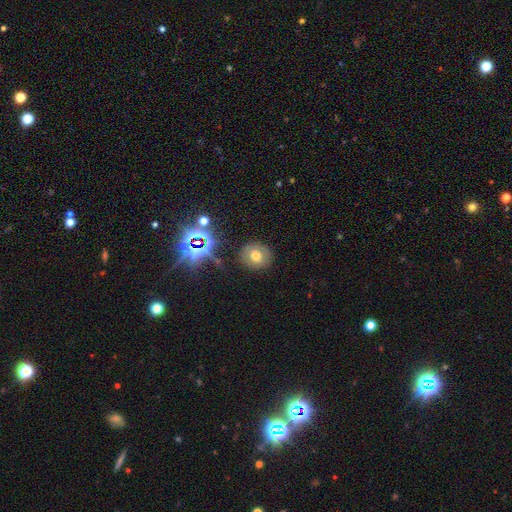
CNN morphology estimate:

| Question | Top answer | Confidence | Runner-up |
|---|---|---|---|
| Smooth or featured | smooth | 63% | star or artifact (19%) |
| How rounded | round | 79% | in between (20%) |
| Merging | none | 85% | minor disturbance (9%) |